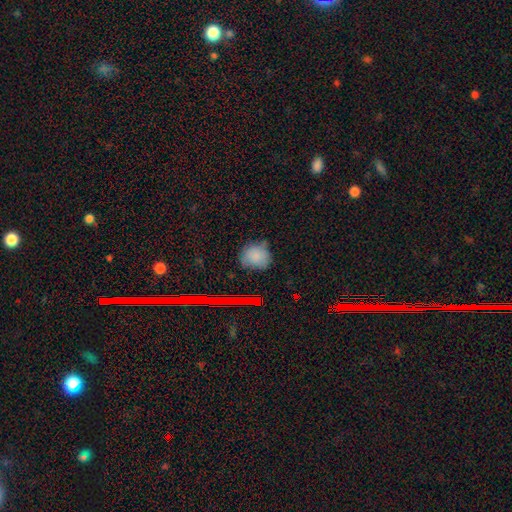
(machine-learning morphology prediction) Smooth or featured?
  - smooth: 76% *
  - star or artifact: 14%
  - featured or disk: 10%
How rounded?
  - round: 81% *
  - in between: 18%
  - cigar-shaped: 1%
Merging?
  - none: 63% *
  - minor disturbance: 28%
  - major disturbance: 6%
  - merger: 3%